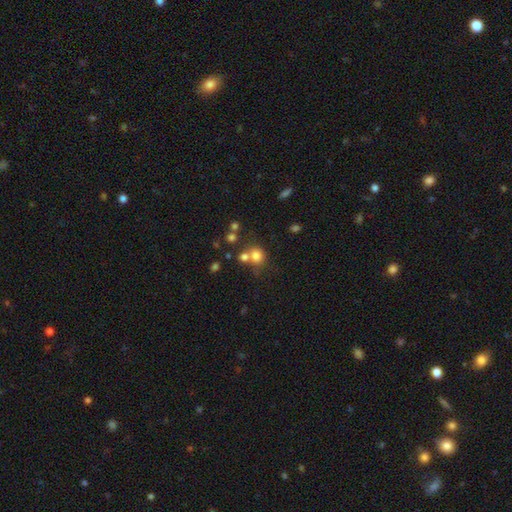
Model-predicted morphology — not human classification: This is likely a smooth galaxy (75%). How rounded: clearly round (82%). Merging: possibly none (50%).